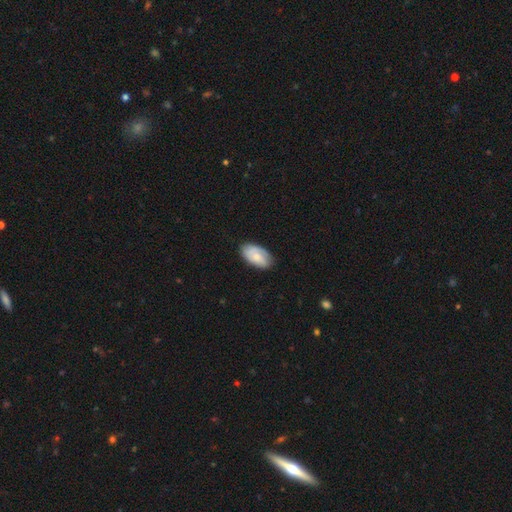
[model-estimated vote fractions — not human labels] Smooth or featured: smooth — 60% (featured or disk — 34%)
How rounded: in between — 94% (round — 4%)
Merging: none — 78% (minor disturbance — 17%)